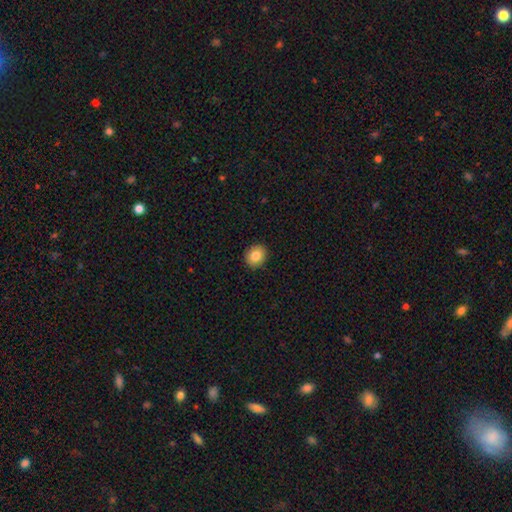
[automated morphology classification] type=smooth (83%); roundness=round (77%); merging=none (91%).